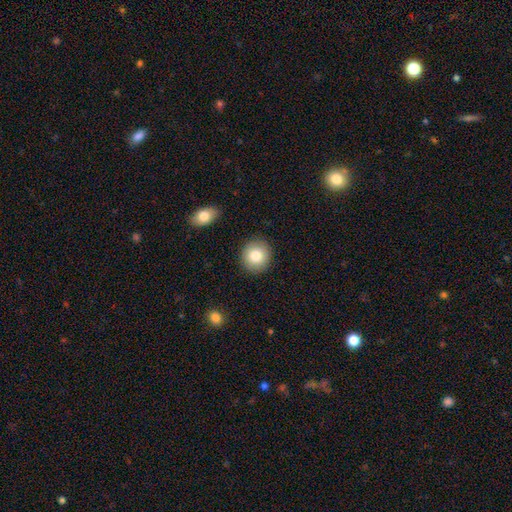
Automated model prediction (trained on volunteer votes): A smooth galaxy with no disk features (81%) that is round (86%).

Vote fractions:
- Smooth or featured? smooth: 81% / featured or disk: 10% / star or artifact: 8%
- How rounded? round: 86% / in between: 13% / cigar-shaped: 1%
- Merging? none: 90% / minor disturbance: 7% / major disturbance: 2% / merger: 2%